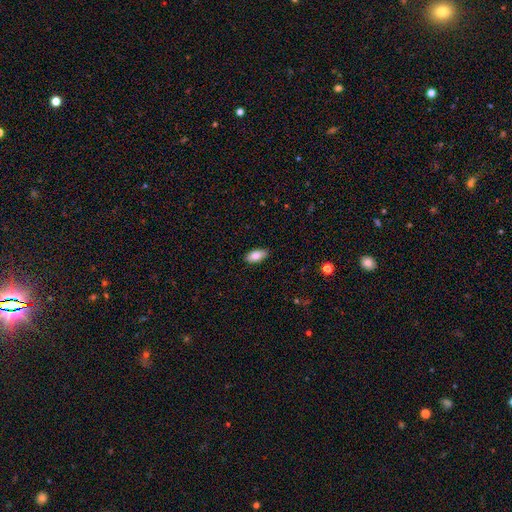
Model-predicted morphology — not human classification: A smooth galaxy with no disk features (84%) that is in between round and cigar-shaped (91%).

Vote fractions:
- Smooth or featured? smooth: 84% / featured or disk: 10% / star or artifact: 7%
- How rounded? in between: 91% / cigar-shaped: 6% / round: 3%
- Merging? none: 88% / minor disturbance: 9% / major disturbance: 2% / merger: 1%